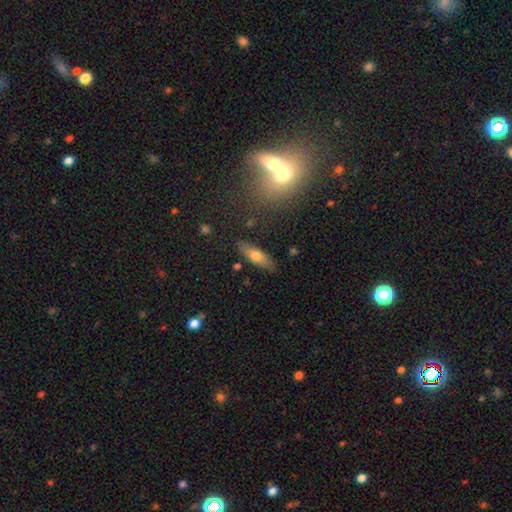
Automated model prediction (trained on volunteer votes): smooth-or-featured: smooth: 67% | featured or disk: 26% | star or artifact: 7%
  how-rounded: in between: 56% | cigar-shaped: 41% | round: 3%
  merging: none: 85% | minor disturbance: 10% | merger: 3% | major disturbance: 2%